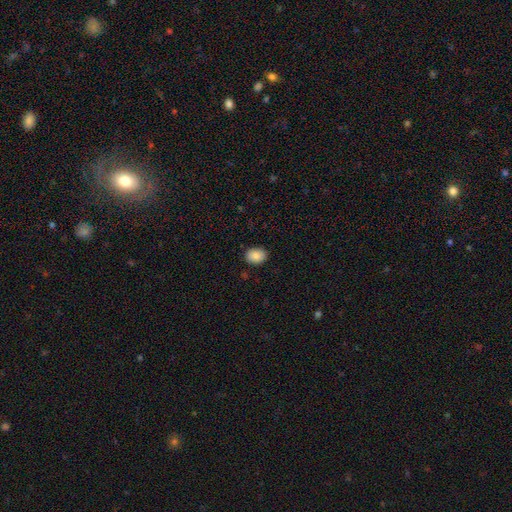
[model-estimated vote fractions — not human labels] Smooth or featured: smooth — 87% (star or artifact — 7%)
How rounded: in between — 73% (round — 26%)
Merging: none — 88% (minor disturbance — 9%)